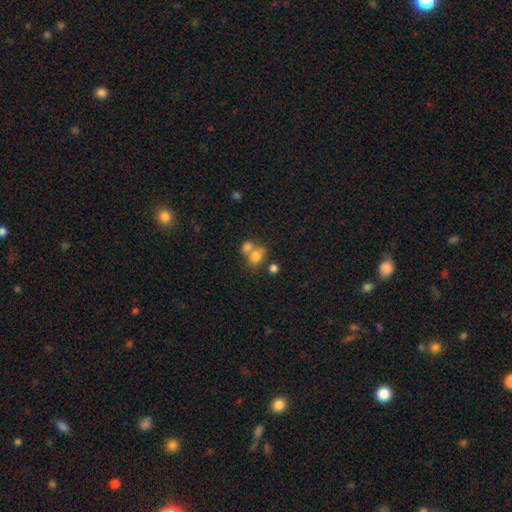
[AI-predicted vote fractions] Overall: smooth (76%). How rounded: in between (57%; round 42%). Merging: merger (52%; none 34%).